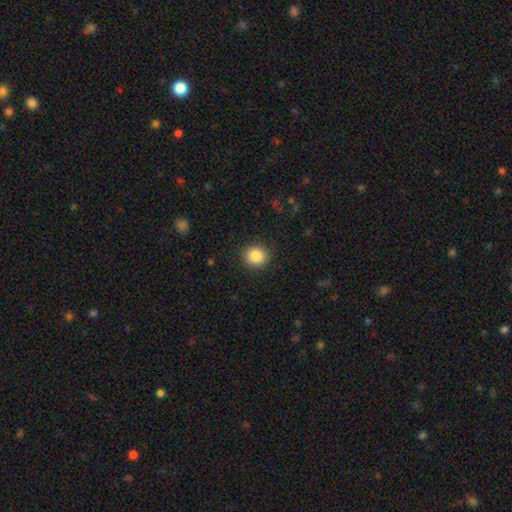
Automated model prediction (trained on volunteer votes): Smooth or featured?
  - smooth: 87% *
  - star or artifact: 9%
  - featured or disk: 4%
How rounded?
  - round: 82% *
  - in between: 17%
  - cigar-shaped: 1%
Merging?
  - none: 90% *
  - minor disturbance: 6%
  - major disturbance: 2%
  - merger: 1%